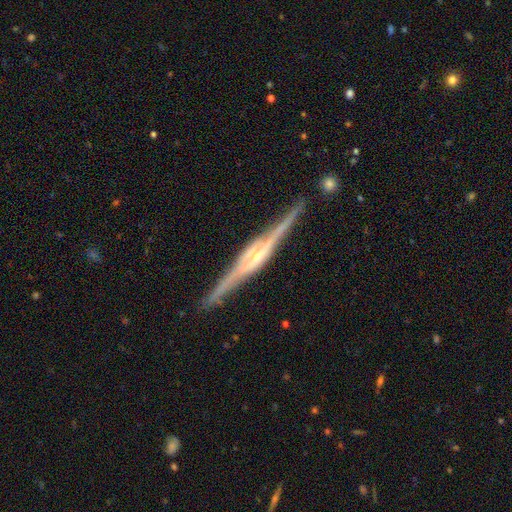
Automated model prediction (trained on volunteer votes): featured or disk 90%, smooth 5%, star or artifact 5%. Down the decision tree: edge-on disk — yes (98%); edge-on bulge — boxy (47%); merging — none (89%).